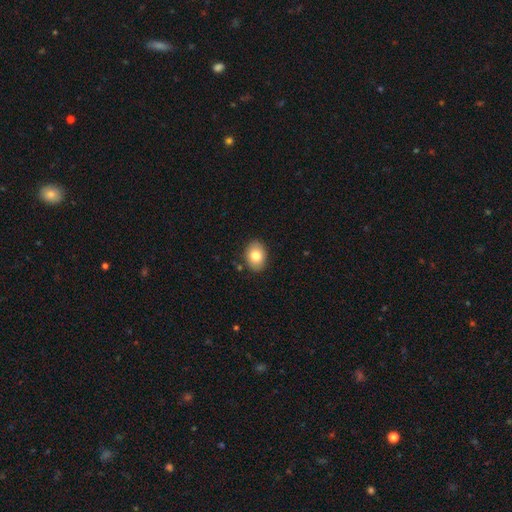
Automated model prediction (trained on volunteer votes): Smooth or featured?
  - smooth: 80% *
  - featured or disk: 12%
  - star or artifact: 7%
How rounded?
  - in between: 72% *
  - round: 27%
  - cigar-shaped: 1%
Merging?
  - none: 87% *
  - minor disturbance: 9%
  - major disturbance: 2%
  - merger: 2%